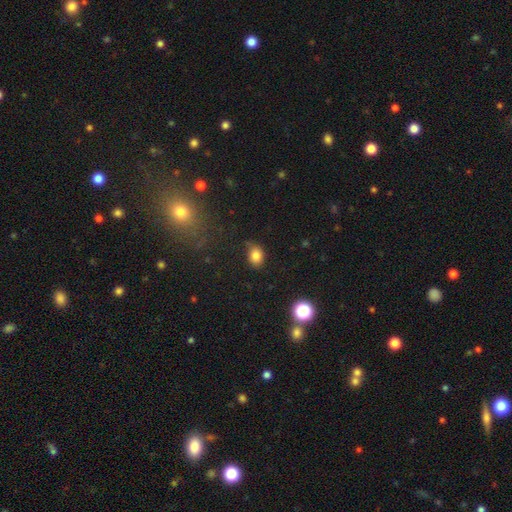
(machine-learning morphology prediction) Overall: smooth (82%). How rounded: in between (63%; round 36%). Merging: none (69%).